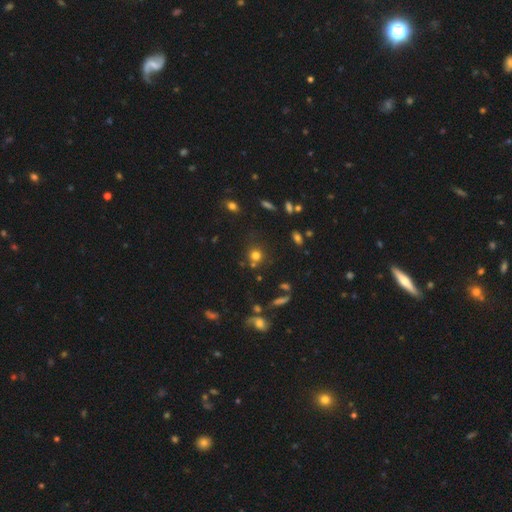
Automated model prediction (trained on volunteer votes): Smooth or featured? Predicted: smooth (p=0.71). How rounded? Predicted: round (p=0.87). Merging? Predicted: none (p=0.69).